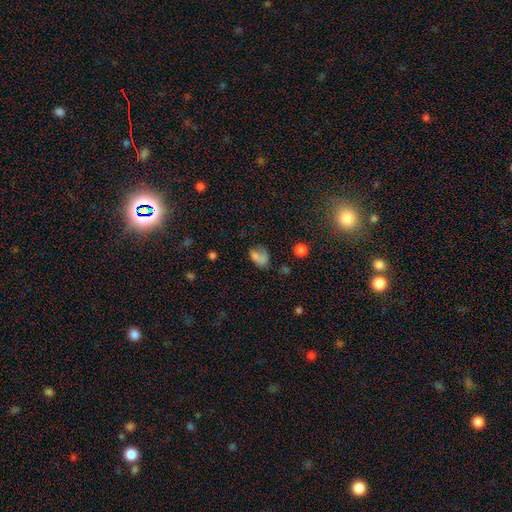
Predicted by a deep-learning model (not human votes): The model was most divided on "merging": none: 41%, minor disturbance: 25%, major disturbance: 23%, merger: 11%. More confident: how rounded — in between (75%); smooth or featured — smooth (69%).